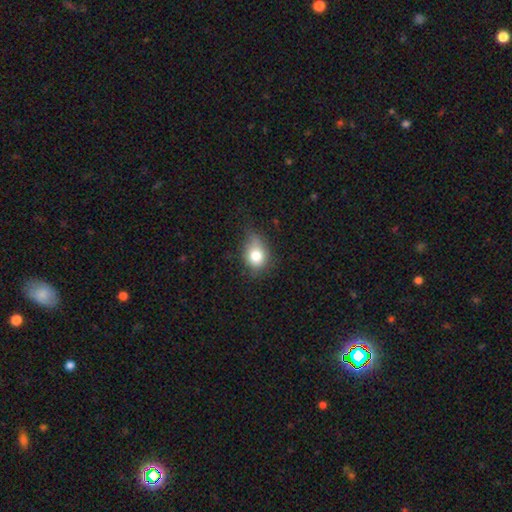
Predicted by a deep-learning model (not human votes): smooth-or-featured: smooth: 77% | featured or disk: 12% | star or artifact: 11%
  how-rounded: in between: 51% | round: 47% | cigar-shaped: 2%
  merging: none: 48% | minor disturbance: 38% | major disturbance: 12% | merger: 2%